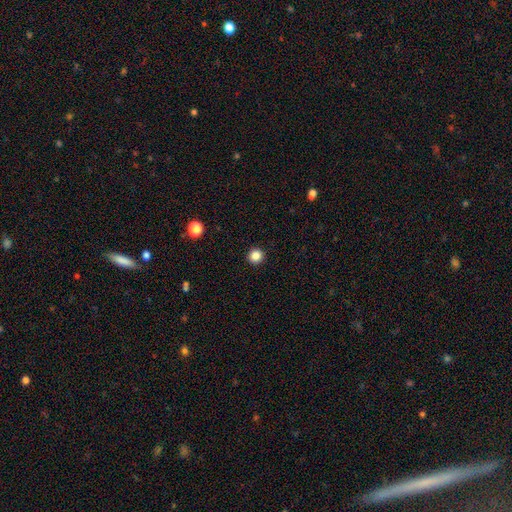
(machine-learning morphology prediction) Overall: smooth (85%). How rounded: round (95%). Merging: none (94%).